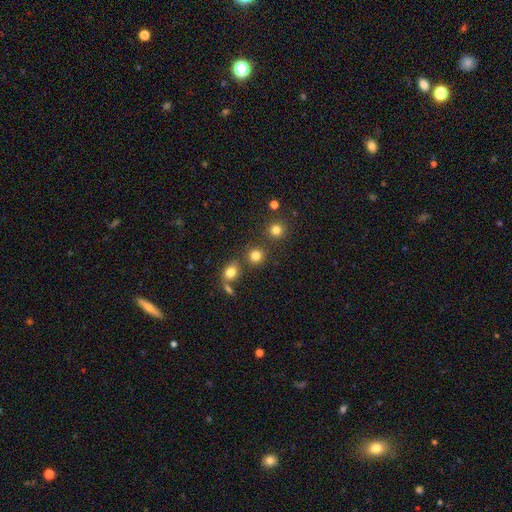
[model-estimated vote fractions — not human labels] Overall: smooth (81%). How rounded: round (87%). Merging: none (76%).